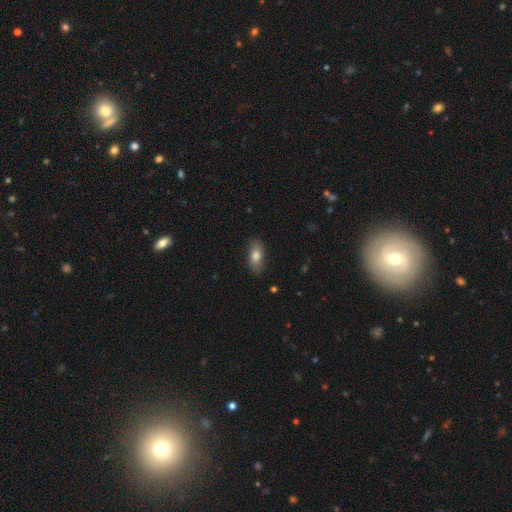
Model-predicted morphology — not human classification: smooth 79%, featured or disk 14%, star or artifact 7%. Down the decision tree: how rounded — in between (86%); merging — none (83%).